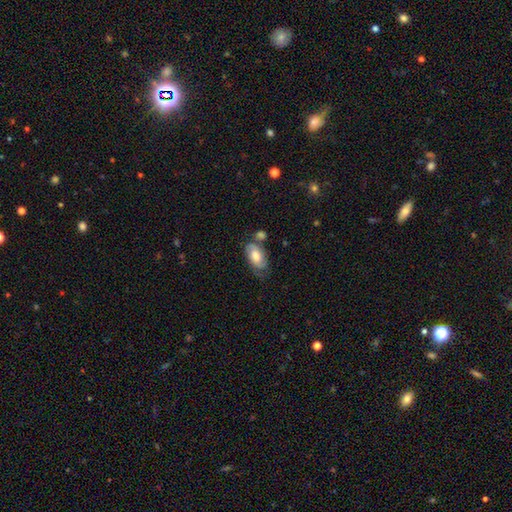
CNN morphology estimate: The model was most divided on "smooth or featured": smooth: 47%, featured or disk: 46%, star or artifact: 7%. Remaining: merging — none (49%).